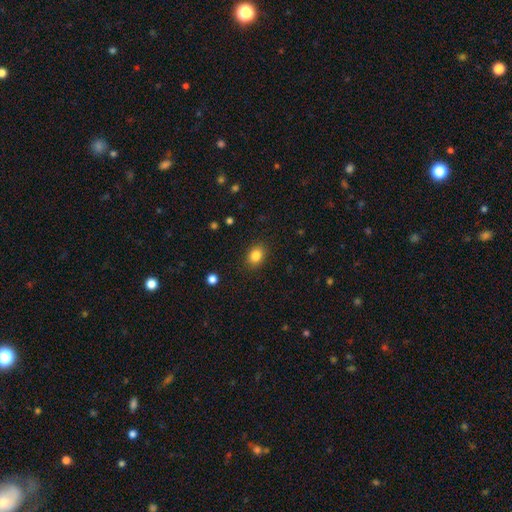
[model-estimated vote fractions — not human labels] Q: Smooth or featured?
A: smooth (84%); runner-up: star or artifact (10%)
Q: How rounded?
A: in between (55%); runner-up: round (45%)
Q: Merging?
A: none (88%); runner-up: minor disturbance (9%)